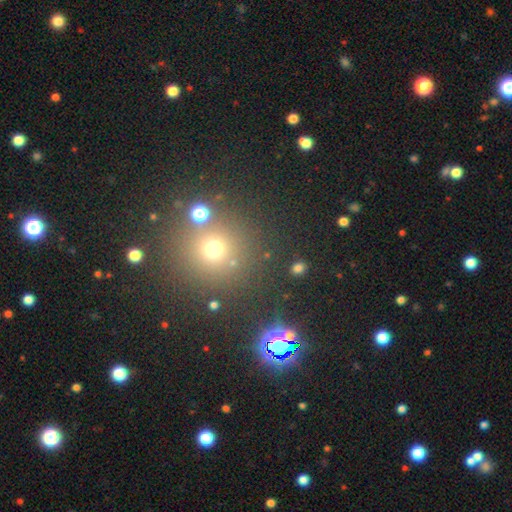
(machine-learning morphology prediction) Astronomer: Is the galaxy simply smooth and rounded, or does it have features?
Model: star or artifact — 46% (runner-up: smooth, 45%).